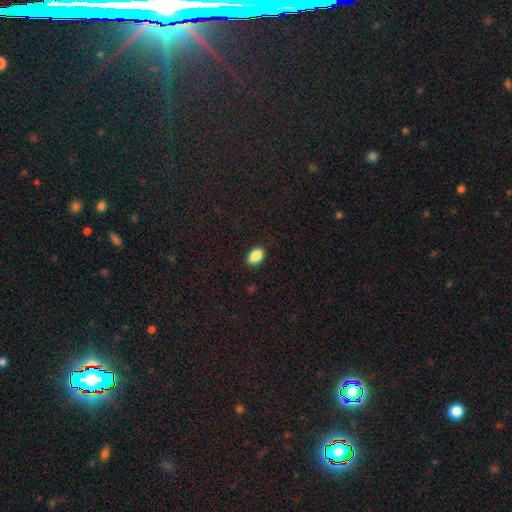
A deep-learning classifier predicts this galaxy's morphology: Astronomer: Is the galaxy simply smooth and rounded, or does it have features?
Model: smooth — 88%.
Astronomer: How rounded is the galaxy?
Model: in between — 92%.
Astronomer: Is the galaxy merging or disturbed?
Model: none — 88%.